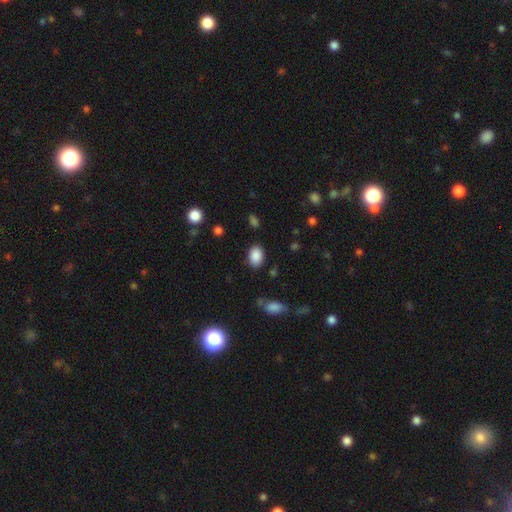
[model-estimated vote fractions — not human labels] Smooth or featured? Predicted: smooth (p=0.88). How rounded? Predicted: in between (p=0.82). Merging? Predicted: none (p=0.84).